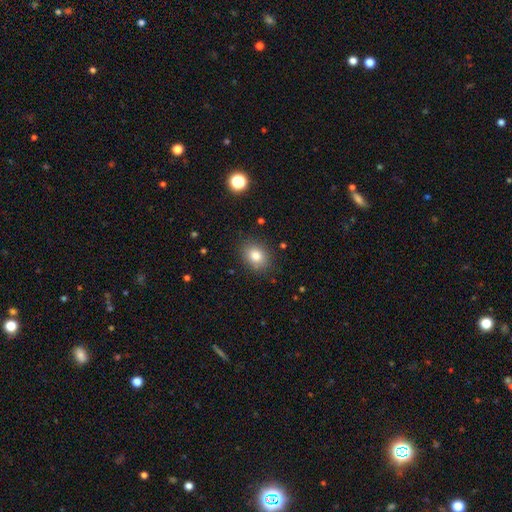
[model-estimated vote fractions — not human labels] Q: Smooth or featured?
A: smooth (81%); runner-up: star or artifact (10%)
Q: How rounded?
A: in between (57%); runner-up: round (42%)
Q: Merging?
A: none (85%); runner-up: minor disturbance (10%)